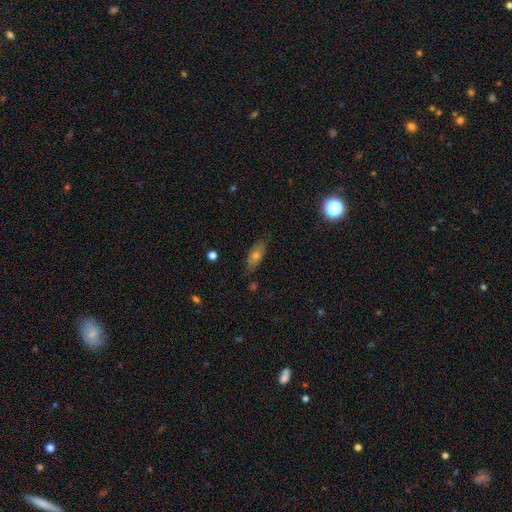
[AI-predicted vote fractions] Smooth or featured? Predicted: smooth (p=0.57). How rounded? Predicted: in between (p=0.71). Merging? Predicted: none (p=0.79).